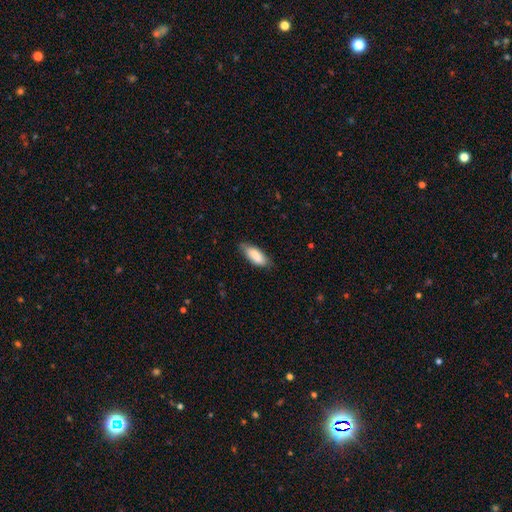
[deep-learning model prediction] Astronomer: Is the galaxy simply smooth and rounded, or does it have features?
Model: smooth — 85%.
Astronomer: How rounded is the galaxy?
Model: in between — 77%.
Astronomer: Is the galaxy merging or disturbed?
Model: none — 75%.